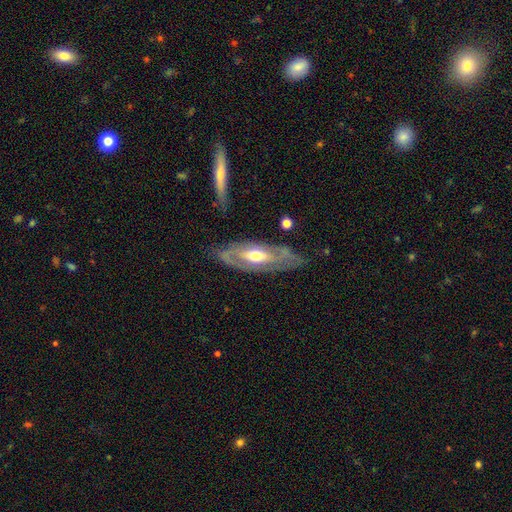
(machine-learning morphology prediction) This appears to be a featured or disk galaxy (74%) with no bar (62%), spiral arms (63%) and a moderate central bulge (71%). Merging: none (67%).